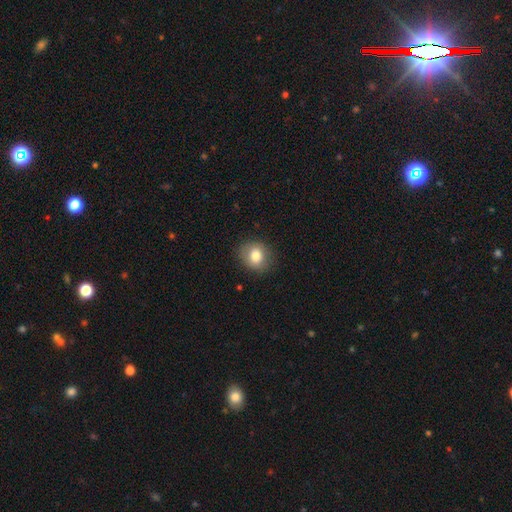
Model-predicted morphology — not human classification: smooth_or_featured: smooth (p=0.80) [alt: featured or disk p=0.11]
how_rounded: round (p=0.70) [alt: in between p=0.29]
merging: none (p=0.85) [alt: minor disturbance p=0.11]